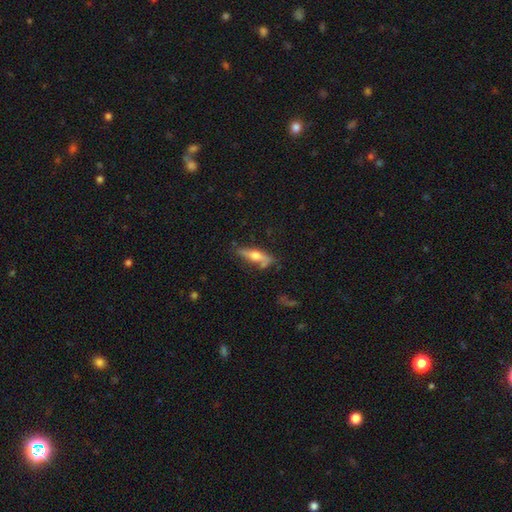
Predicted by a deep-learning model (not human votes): This is possibly a smooth galaxy (47%). Merging: likely none (68%).